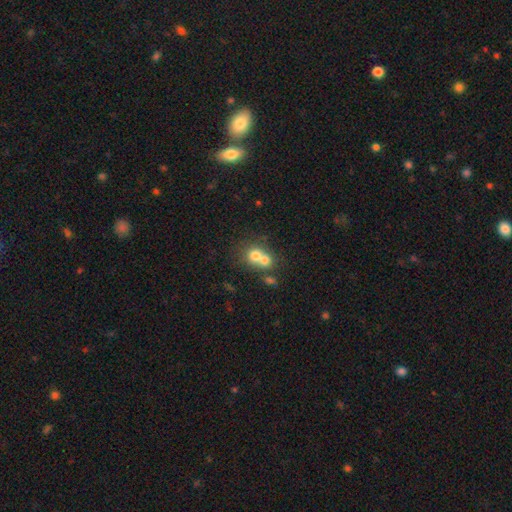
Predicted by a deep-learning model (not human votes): Smooth or featured?
  - smooth: 70% *
  - featured or disk: 18%
  - star or artifact: 11%
How rounded?
  - round: 78% *
  - in between: 21%
  - cigar-shaped: 1%
Merging?
  - merger: 63% *
  - none: 29%
  - minor disturbance: 5%
  - major disturbance: 3%